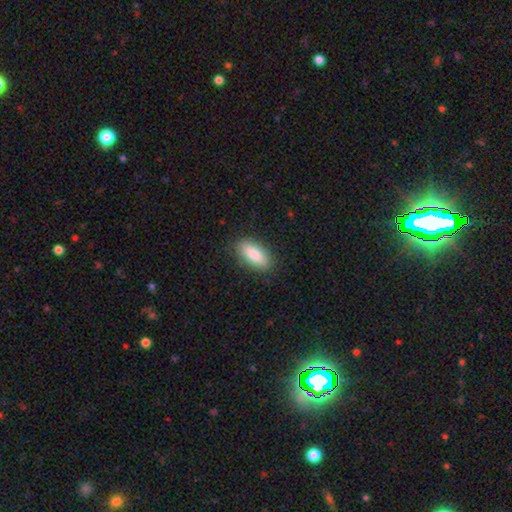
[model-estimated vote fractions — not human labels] This appears to be a smooth galaxy with no disk features (84%) that is in between round and cigar-shaped (82%). Merging: none (85%).